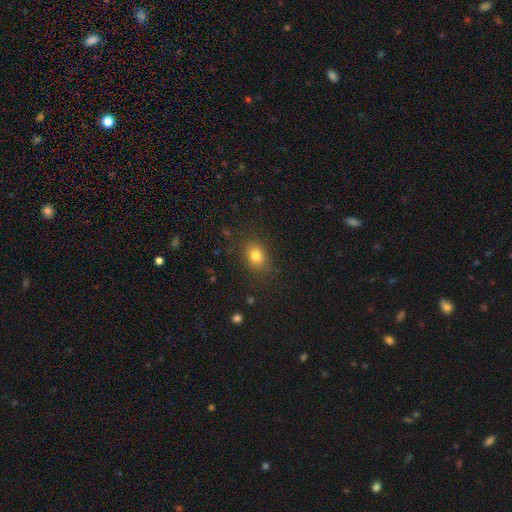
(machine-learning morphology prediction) Smooth or featured?
  - smooth: 79% *
  - star or artifact: 12%
  - featured or disk: 9%
How rounded?
  - in between: 61% *
  - round: 38%
  - cigar-shaped: 1%
Merging?
  - none: 81% *
  - minor disturbance: 13%
  - major disturbance: 4%
  - merger: 1%